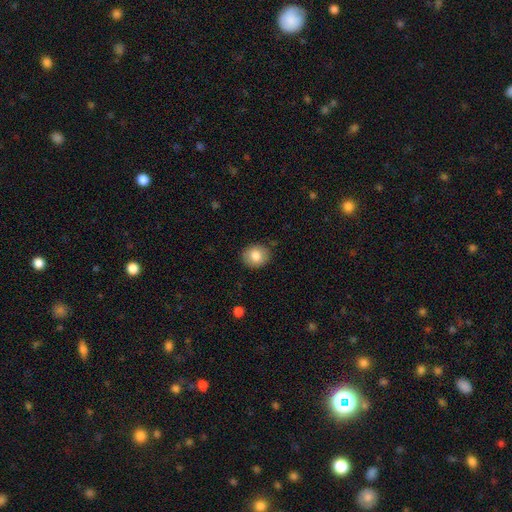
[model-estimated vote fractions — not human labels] smooth-or-featured: smooth: 82% | featured or disk: 10% | star or artifact: 8%
  how-rounded: round: 68% | in between: 31% | cigar-shaped: 1%
  merging: none: 86% | minor disturbance: 10% | major disturbance: 2% | merger: 1%